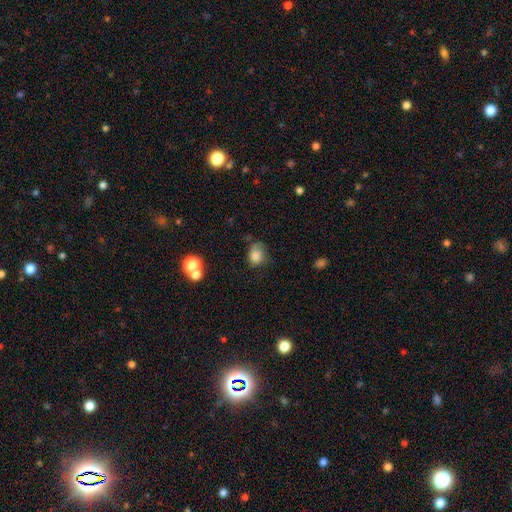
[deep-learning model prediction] This is clearly a smooth galaxy (82%). How rounded: possibly round (51%). Merging: possibly none (47%).